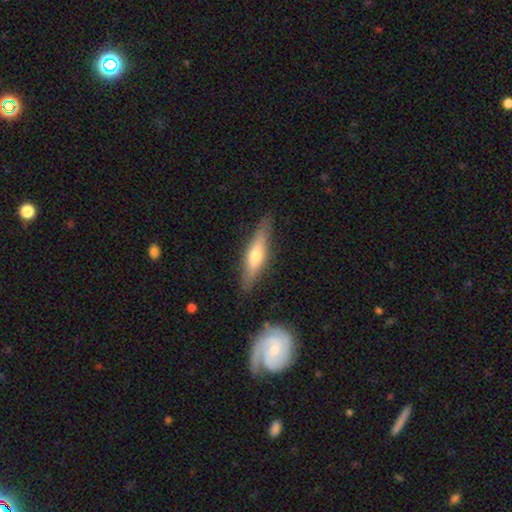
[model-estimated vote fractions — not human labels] smooth_or_featured: featured or disk (p=0.56) [alt: smooth p=0.38]
disk_edge_on: yes (p=0.89) [alt: no p=0.11]
edge_on_bulge: rounded (p=0.87) [alt: none p=0.08]
merging: none (p=0.81) [alt: minor disturbance p=0.13]